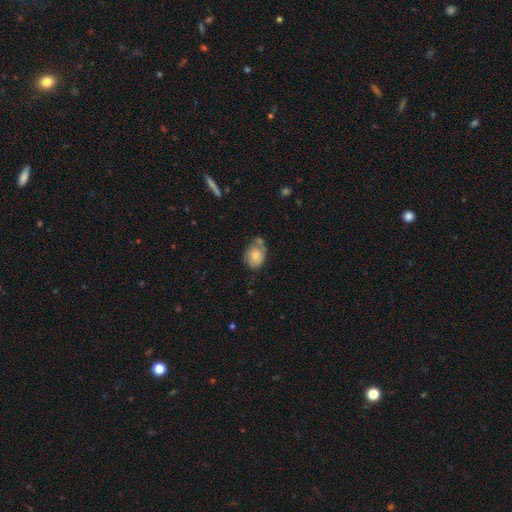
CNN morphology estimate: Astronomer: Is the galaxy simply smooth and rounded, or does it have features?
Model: smooth — 71%.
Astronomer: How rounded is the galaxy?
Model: in between — 57% (runner-up: round, 42%).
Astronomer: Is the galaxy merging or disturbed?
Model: none — 43% (runner-up: minor disturbance, 25%).